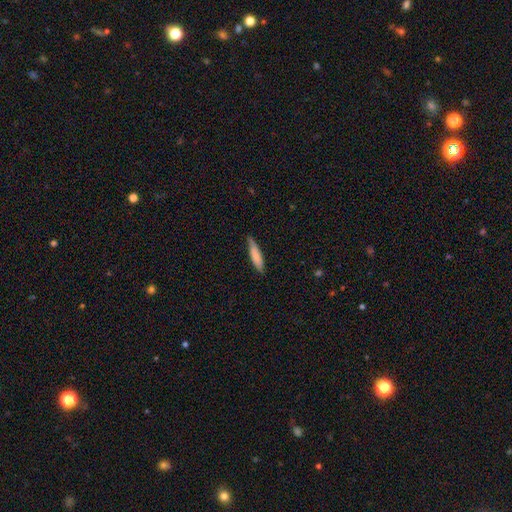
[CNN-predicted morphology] Smooth or featured? smooth (79%)
How rounded? cigar-shaped (80%)
Merging? none (75%)